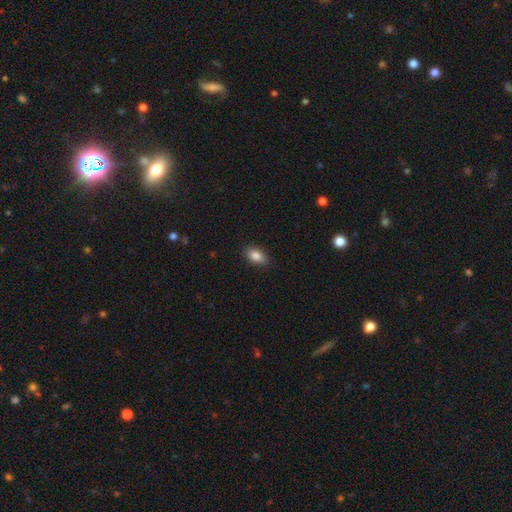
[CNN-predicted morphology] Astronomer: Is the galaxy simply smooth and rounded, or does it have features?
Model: smooth — 86%.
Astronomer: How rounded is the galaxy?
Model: in between — 90%.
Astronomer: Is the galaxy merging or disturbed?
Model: none — 88%.